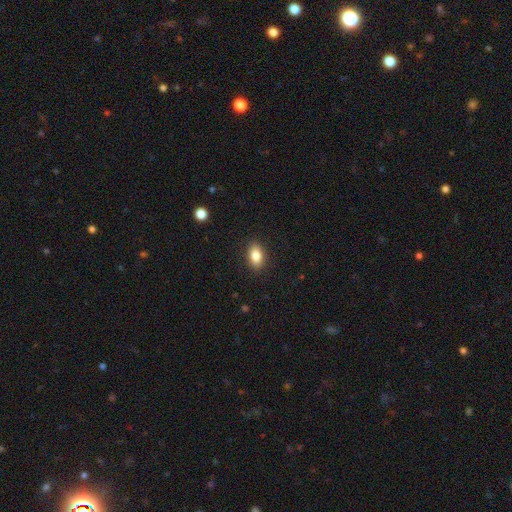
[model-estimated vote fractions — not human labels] A smooth galaxy with no disk features (84%) that is in between round and cigar-shaped (88%). Merging: none (89%).